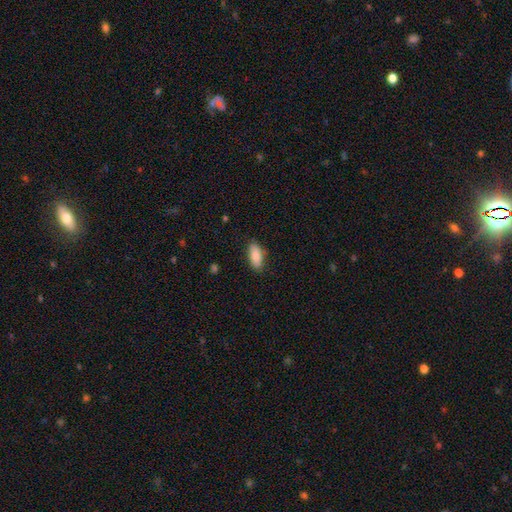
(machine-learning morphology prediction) Q: Smooth or featured?
A: smooth (82%); runner-up: featured or disk (12%)
Q: How rounded?
A: in between (83%); runner-up: cigar-shaped (15%)
Q: Merging?
A: none (84%); runner-up: minor disturbance (13%)